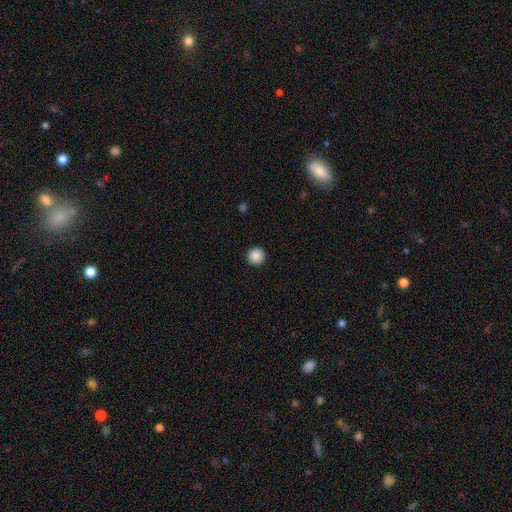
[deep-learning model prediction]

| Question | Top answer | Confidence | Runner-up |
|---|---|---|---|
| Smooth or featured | smooth | 88% | star or artifact (9%) |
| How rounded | round | 97% | in between (2%) |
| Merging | none | 93% | minor disturbance (4%) |